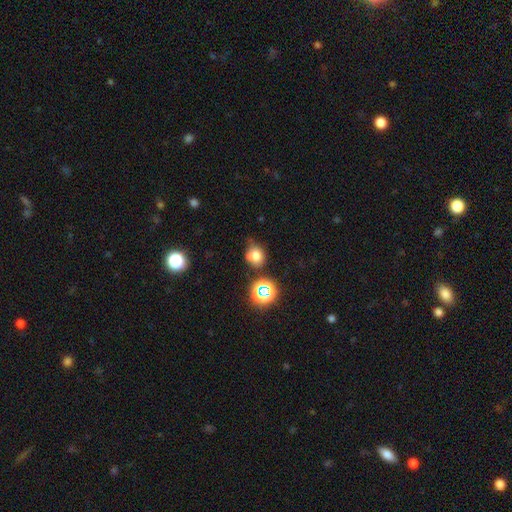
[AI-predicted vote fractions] Smooth or featured?
  - smooth: 70% *
  - star or artifact: 20%
  - featured or disk: 10%
How rounded?
  - round: 68% *
  - in between: 31%
  - cigar-shaped: 1%
Merging?
  - none: 52% *
  - minor disturbance: 28%
  - merger: 11%
  - major disturbance: 9%